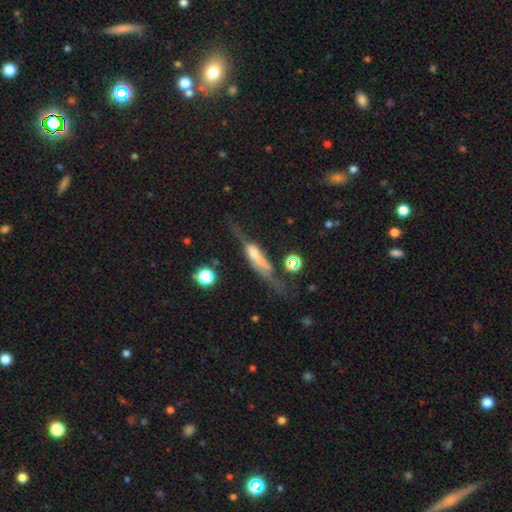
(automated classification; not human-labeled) smooth_or_featured: featured or disk (p=0.67) [alt: smooth p=0.24]
disk_edge_on: yes (p=0.81) [alt: no p=0.19]
edge_on_bulge: rounded (p=0.44) [alt: boxy p=0.41]
merging: none (p=0.41) [alt: major disturbance p=0.26]